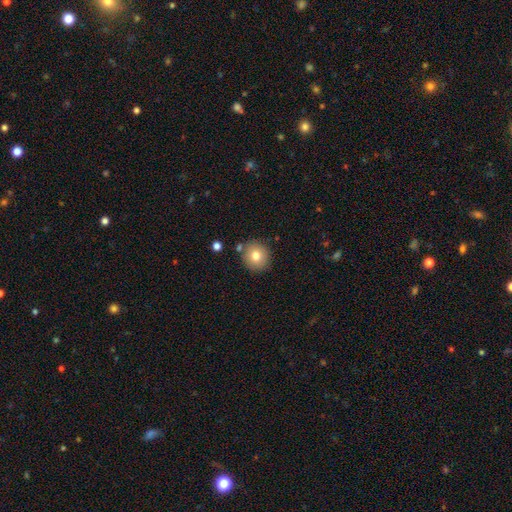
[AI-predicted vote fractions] smooth 77%, featured or disk 12%, star or artifact 11%. Down the decision tree: how rounded — round (89%); merging — none (82%).